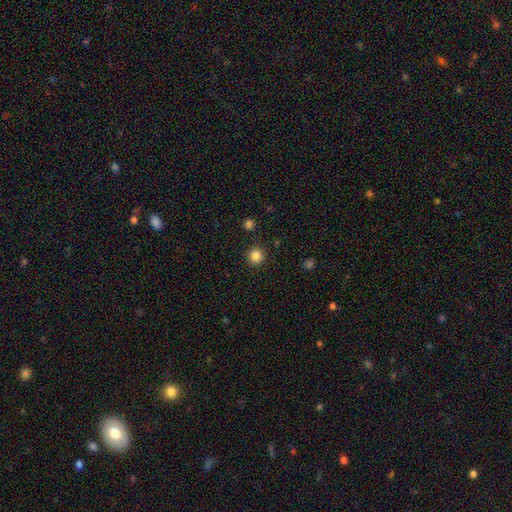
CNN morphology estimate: Overall: smooth (84%). How rounded: round (93%). Merging: none (90%).